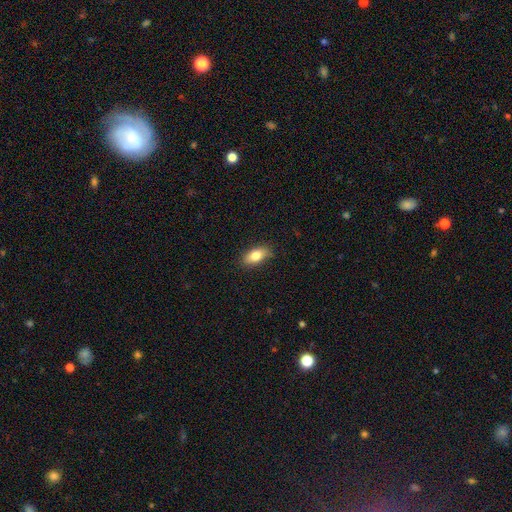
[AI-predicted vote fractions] Smooth or featured: smooth — 81% (featured or disk — 12%)
How rounded: in between — 87% (cigar-shaped — 7%)
Merging: none — 82% (minor disturbance — 15%)